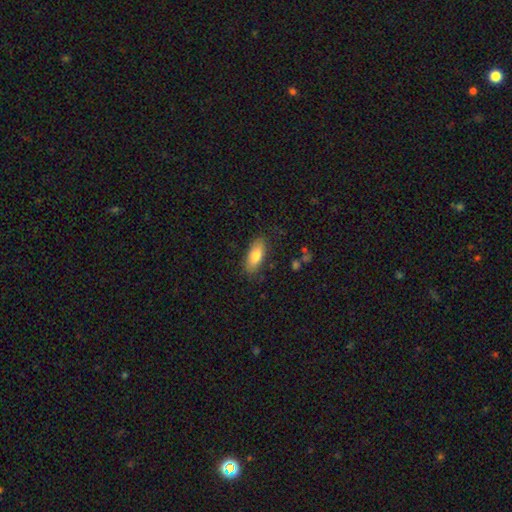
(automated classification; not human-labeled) smooth 79%, featured or disk 15%, star or artifact 7%. Down the decision tree: how rounded — in between (78%); merging — none (82%).